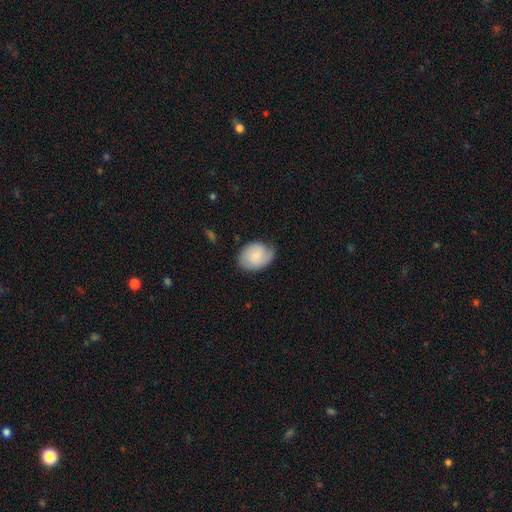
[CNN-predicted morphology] Smooth or featured? smooth (65%)
How rounded? in between (61%)
Merging? none (62%)